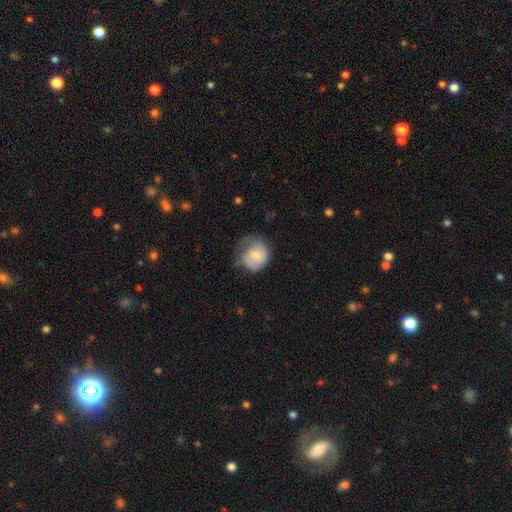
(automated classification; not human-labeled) Smooth or featured? smooth (65%)
How rounded? round (78%)
Merging? none (42%)